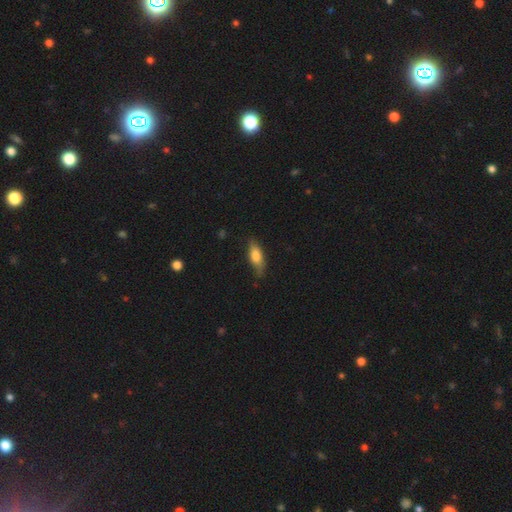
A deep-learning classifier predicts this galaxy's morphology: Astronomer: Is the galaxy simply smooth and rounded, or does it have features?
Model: smooth — 71%.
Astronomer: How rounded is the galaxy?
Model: in between — 67%.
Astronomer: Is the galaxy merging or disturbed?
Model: none — 72%.